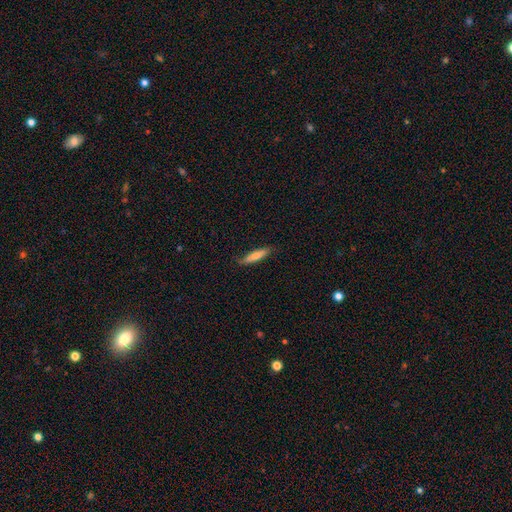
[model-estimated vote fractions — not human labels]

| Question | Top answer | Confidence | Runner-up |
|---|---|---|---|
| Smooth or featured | smooth | 66% | featured or disk (28%) |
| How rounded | cigar-shaped | 79% | in between (19%) |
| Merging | none | 79% | minor disturbance (17%) |